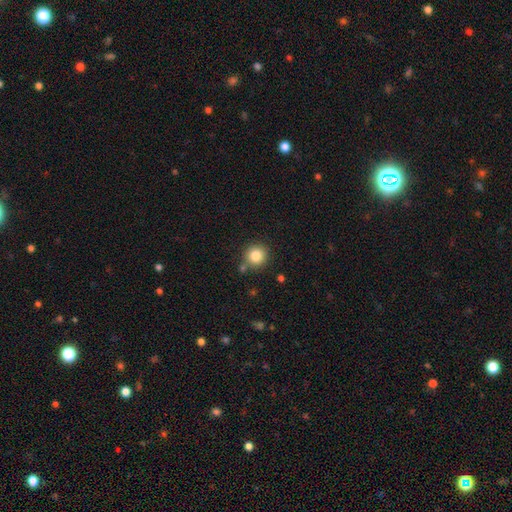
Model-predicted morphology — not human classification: Smooth or featured? smooth (83%)
How rounded? round (92%)
Merging? none (80%)